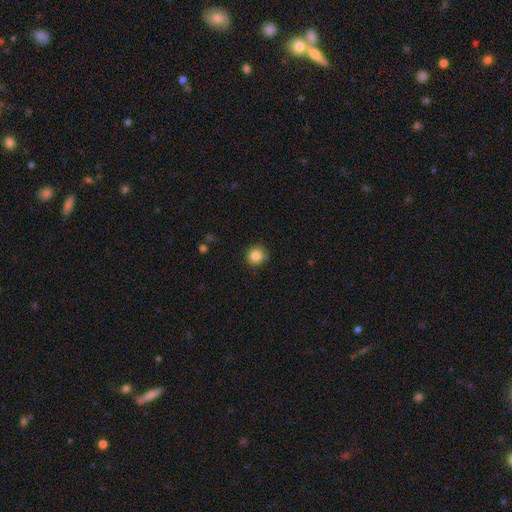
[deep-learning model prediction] This is clearly a smooth galaxy (84%). How rounded: clearly round (90%). Merging: clearly none (85%).